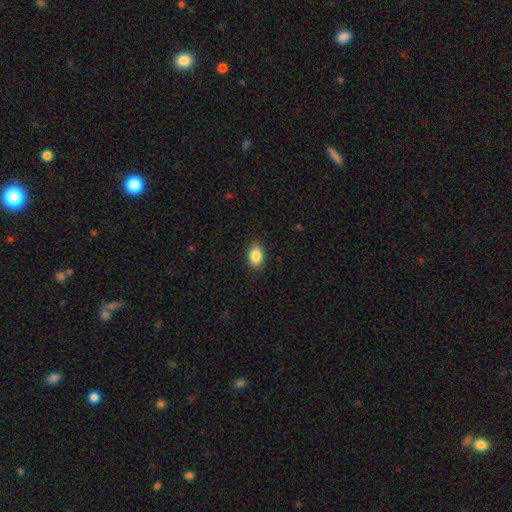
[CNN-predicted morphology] smooth_or_featured: smooth (p=0.86) [alt: star or artifact p=0.08]
how_rounded: in between (p=0.83) [alt: round p=0.15]
merging: none (p=0.87) [alt: minor disturbance p=0.09]